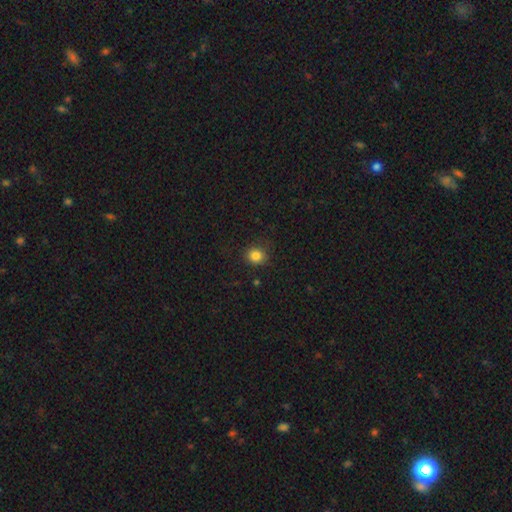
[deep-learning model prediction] This appears to be a smooth galaxy with no disk features (83%) that is round (81%). Merging: none (86%).